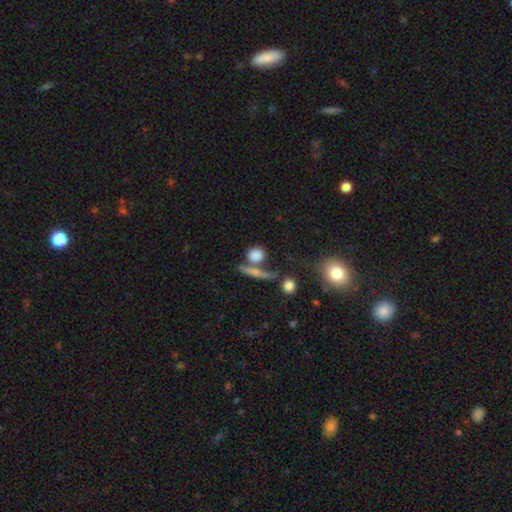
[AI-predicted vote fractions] Smooth or featured? smooth (79%)
How rounded? round (69%)
Merging? none (59%)